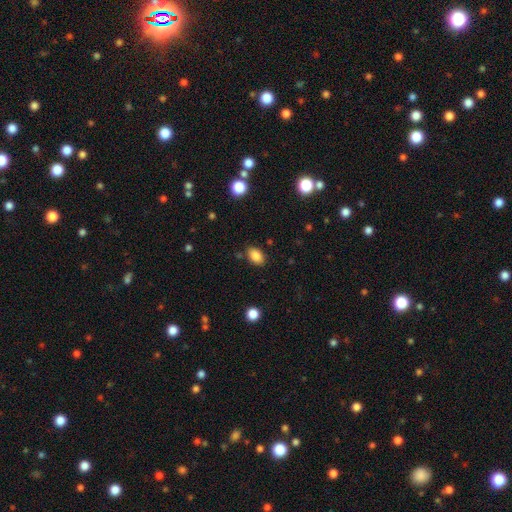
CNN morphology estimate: This is clearly a smooth galaxy (86%). How rounded: clearly in between (83%). Merging: clearly none (83%).